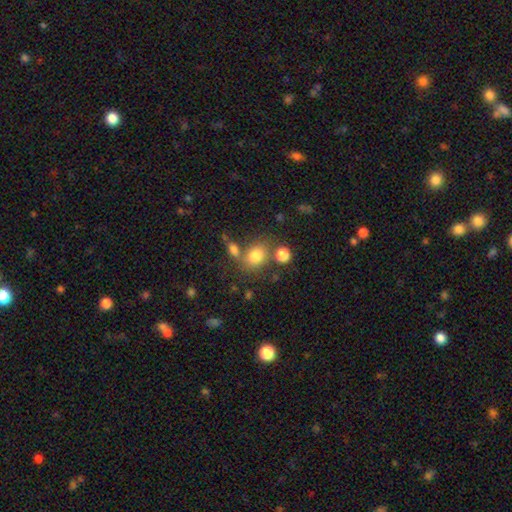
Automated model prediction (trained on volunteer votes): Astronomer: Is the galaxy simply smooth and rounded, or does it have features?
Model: smooth — 78%.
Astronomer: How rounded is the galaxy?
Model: round — 55% (runner-up: in between, 44%).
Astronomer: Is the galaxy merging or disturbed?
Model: none — 60%.